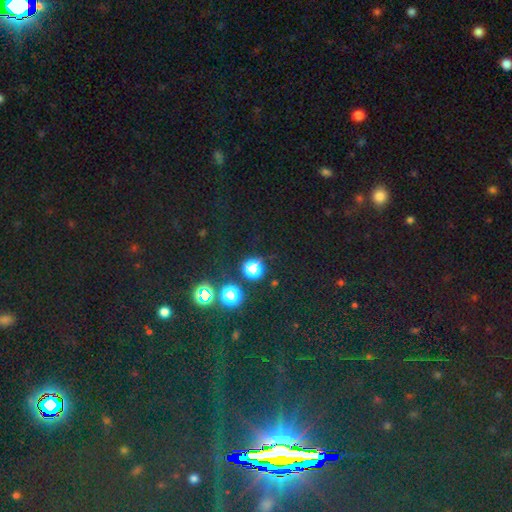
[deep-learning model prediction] Morphology: type=star or artifact (73%).